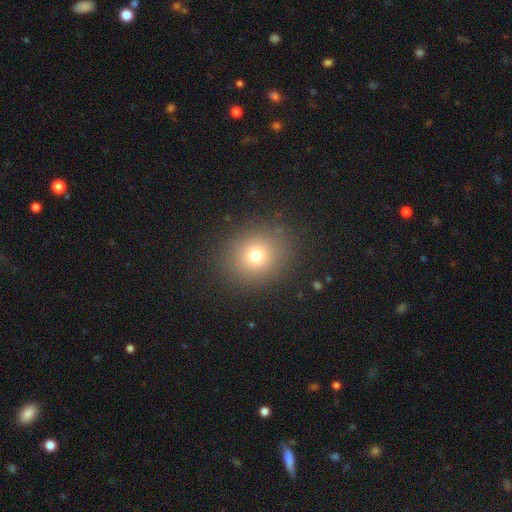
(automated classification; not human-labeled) Smooth or featured: smooth — 74% (star or artifact — 17%)
How rounded: round — 77% (in between — 22%)
Merging: none — 87% (minor disturbance — 7%)